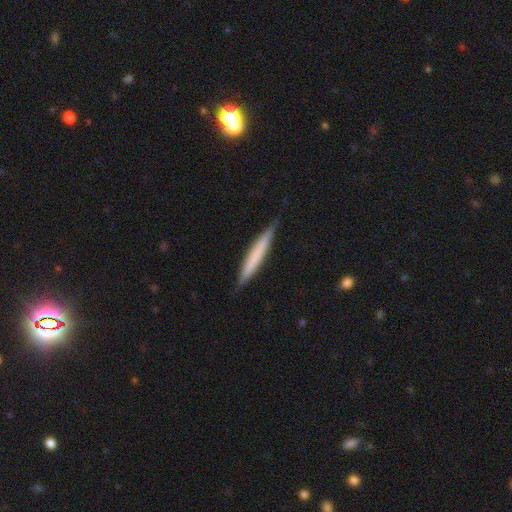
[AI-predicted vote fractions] Smooth or featured? Predicted: smooth (p=0.63). How rounded? Predicted: cigar-shaped (p=0.95). Merging? Predicted: none (p=0.86).